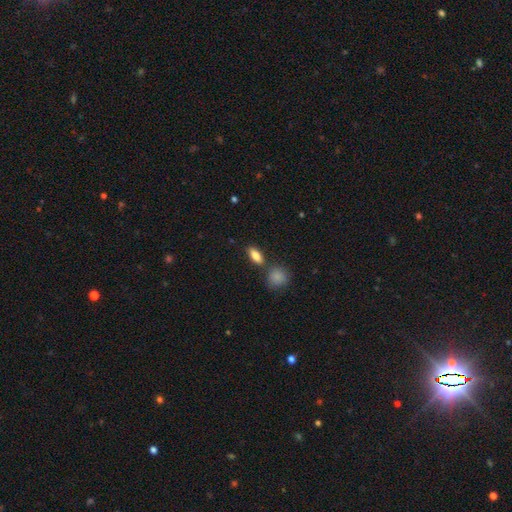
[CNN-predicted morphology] smooth_or_featured: smooth (p=0.81) [alt: featured or disk p=0.12]
how_rounded: in between (p=0.78) [alt: cigar-shaped p=0.16]
merging: none (p=0.75) [alt: merger p=0.11]